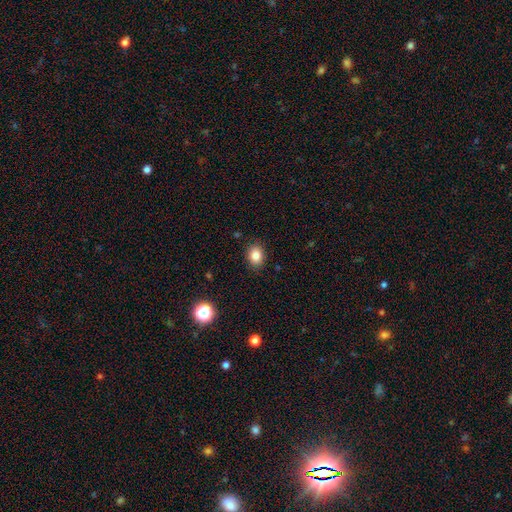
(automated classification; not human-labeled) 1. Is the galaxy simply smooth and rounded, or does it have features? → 84% smooth, 10% star or artifact, 6% featured or disk.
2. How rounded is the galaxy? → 63% in between, 36% round, 1% cigar-shaped.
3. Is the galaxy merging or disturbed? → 87% none, 9% minor disturbance, 2% major disturbance, 1% merger.